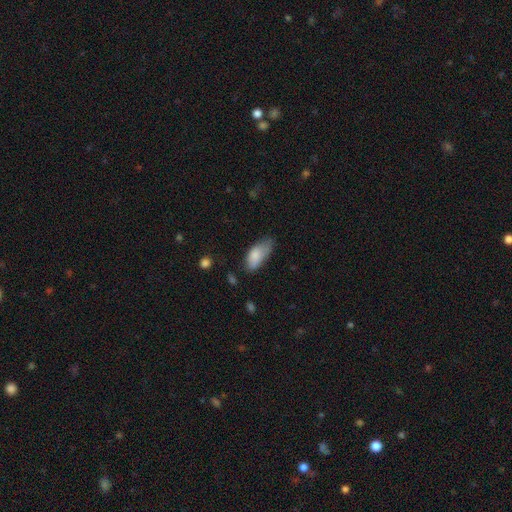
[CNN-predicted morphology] A smooth galaxy with no disk features (82%) that is in between round and cigar-shaped (88%).

Vote fractions:
- Smooth or featured? smooth: 82% / featured or disk: 11% / star or artifact: 7%
- How rounded? in between: 88% / cigar-shaped: 9% / round: 3%
- Merging? minor disturbance: 41% / none: 40% / major disturbance: 16% / merger: 3%